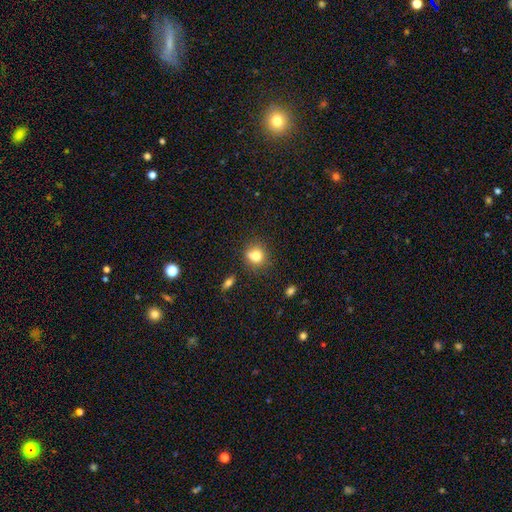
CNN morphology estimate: Smooth or featured?
  - smooth: 80% *
  - star or artifact: 11%
  - featured or disk: 9%
How rounded?
  - round: 73% *
  - in between: 26%
  - cigar-shaped: 1%
Merging?
  - none: 66% *
  - minor disturbance: 20%
  - merger: 9%
  - major disturbance: 5%